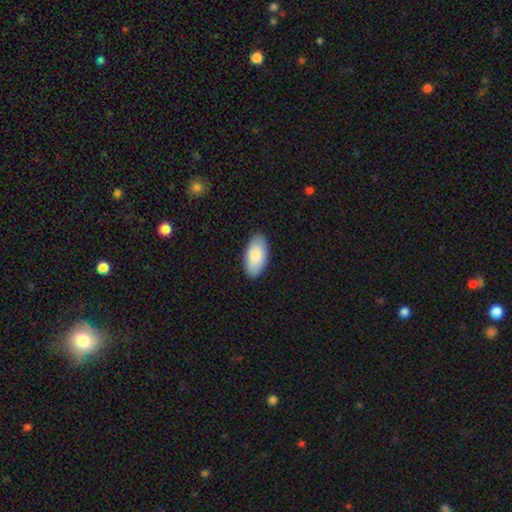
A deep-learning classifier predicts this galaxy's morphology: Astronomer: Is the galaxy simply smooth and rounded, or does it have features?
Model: smooth — 88%.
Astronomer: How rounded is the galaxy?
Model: in between — 96%.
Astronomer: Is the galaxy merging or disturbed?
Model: none — 89%.